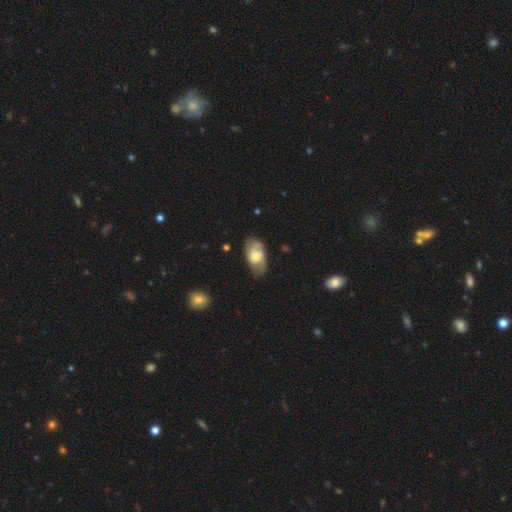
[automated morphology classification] Q: Smooth or featured?
A: featured or disk (48%); runner-up: smooth (46%)
Q: Merging?
A: none (67%); runner-up: minor disturbance (24%)